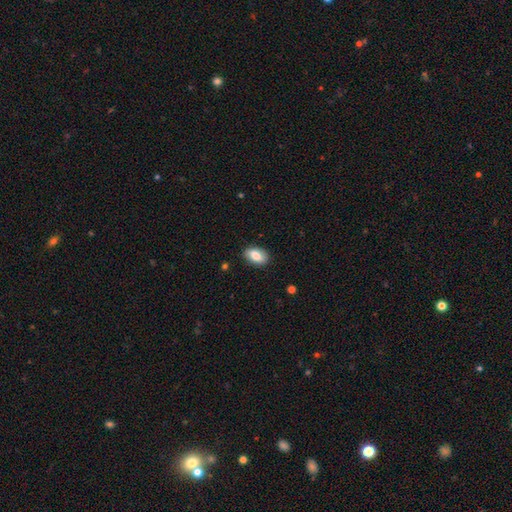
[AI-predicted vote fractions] smooth_or_featured: smooth (p=0.80) [alt: featured or disk p=0.13]
how_rounded: in between (p=0.91) [alt: round p=0.07]
merging: none (p=0.86) [alt: minor disturbance p=0.11]